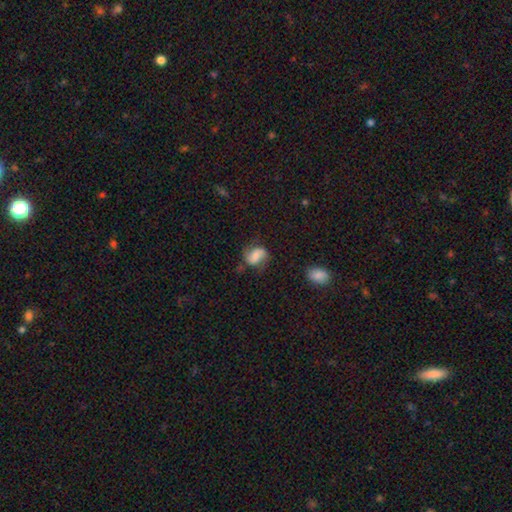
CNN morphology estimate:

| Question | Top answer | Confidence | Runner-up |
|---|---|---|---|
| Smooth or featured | smooth | 49% | featured or disk (42%) |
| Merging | none | 54% | minor disturbance (27%) |